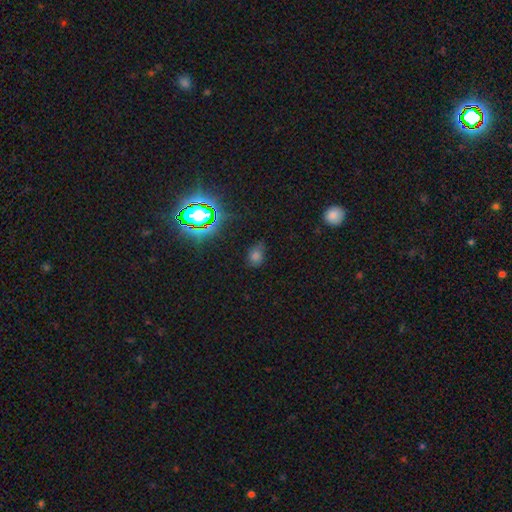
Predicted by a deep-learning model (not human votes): A smooth galaxy with no disk features (53%) that is in between round and cigar-shaped (55%).

Vote fractions:
- Smooth or featured? smooth: 53% / star or artifact: 38% / featured or disk: 9%
- How rounded? in between: 55% / round: 42% / cigar-shaped: 2%
- Merging? none: 73% / minor disturbance: 18% / major disturbance: 6% / merger: 3%